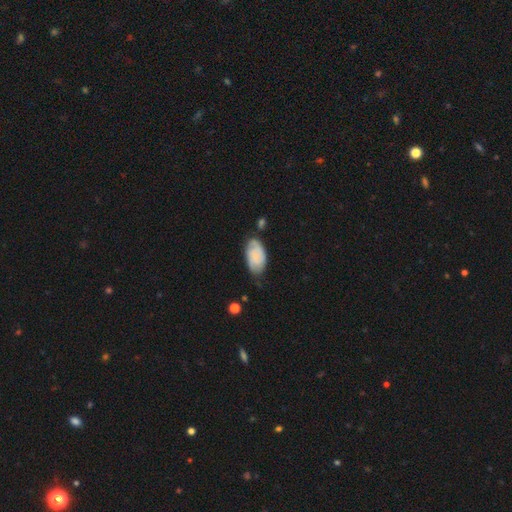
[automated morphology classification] smooth_or_featured: smooth (p=0.50) [alt: featured or disk p=0.43]
merging: none (p=0.60) [alt: minor disturbance p=0.30]